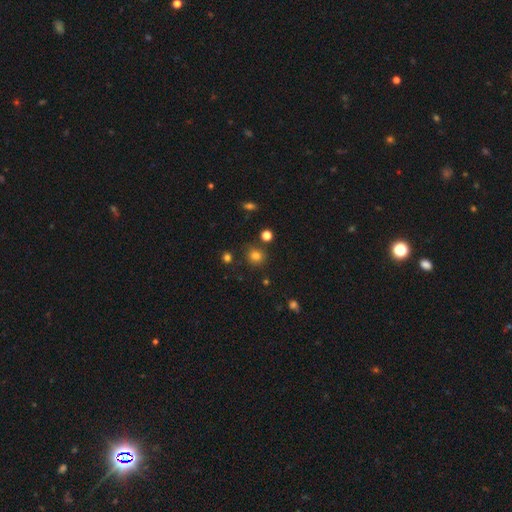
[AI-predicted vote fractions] This appears to be a smooth galaxy with no disk features (79%) that is round (86%). Merging: none (82%).